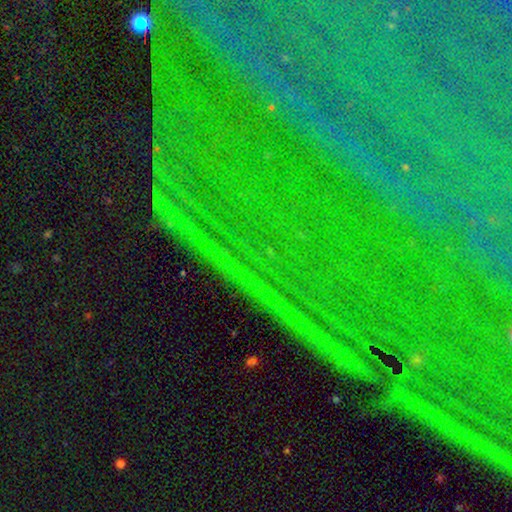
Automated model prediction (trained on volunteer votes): A star or artifact, not a galaxy (85%).

Vote fractions:
- Smooth or featured? star or artifact: 85% / featured or disk: 9% / smooth: 6%